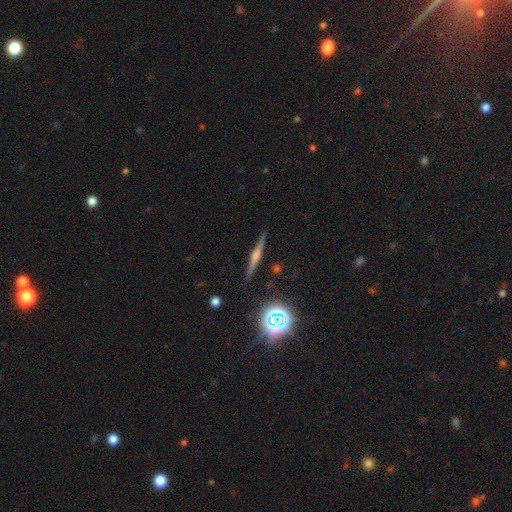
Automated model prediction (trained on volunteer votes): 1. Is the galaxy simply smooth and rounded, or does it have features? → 71% featured or disk, 17% smooth, 12% star or artifact.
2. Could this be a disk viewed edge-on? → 97% yes, 3% no.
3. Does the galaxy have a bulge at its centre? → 77% rounded, 11% none, 11% boxy.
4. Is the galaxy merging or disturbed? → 91% none, 6% minor disturbance, 1% major disturbance, 1% merger.